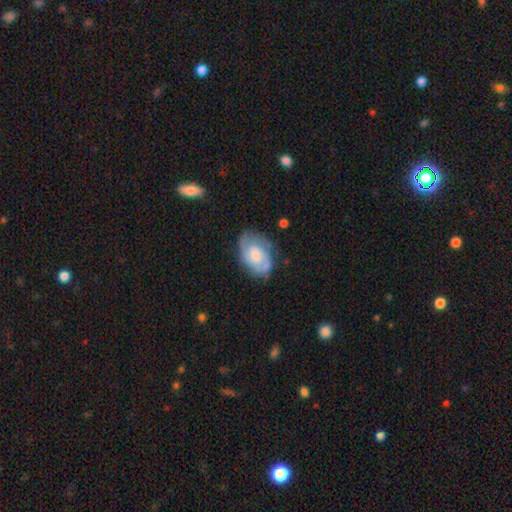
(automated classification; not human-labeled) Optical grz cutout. It shows a featured or disk galaxy (62%) with no bar (68%), 2 (60%) tight (44%) spiral arms (85%) and a small central bulge (44%). Merging: none (65%).